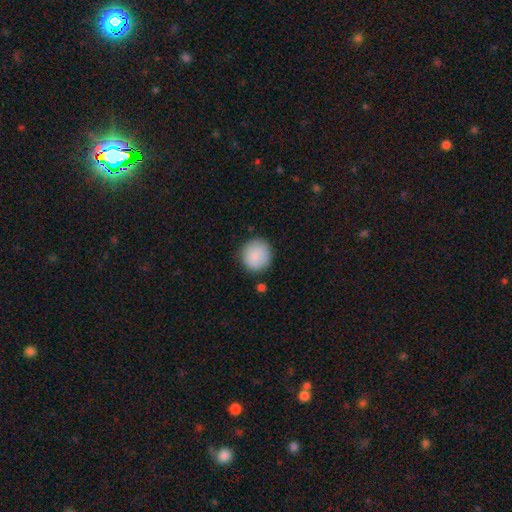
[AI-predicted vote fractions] Smooth or featured?
  - smooth: 84% *
  - featured or disk: 10%
  - star or artifact: 6%
How rounded?
  - round: 92% *
  - in between: 7%
  - cigar-shaped: 1%
Merging?
  - none: 83% *
  - minor disturbance: 12%
  - major disturbance: 3%
  - merger: 2%